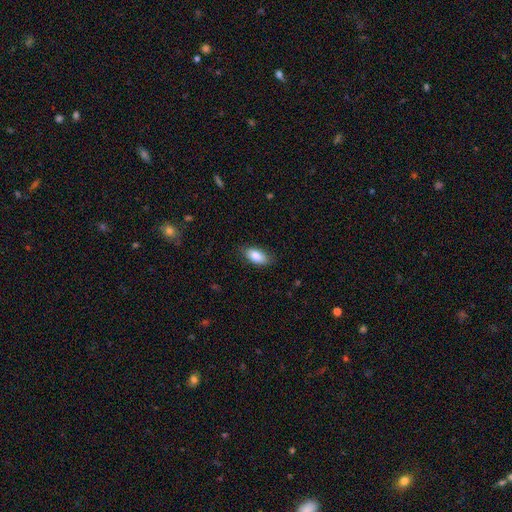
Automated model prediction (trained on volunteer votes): This is clearly a smooth galaxy (84%). How rounded: clearly in between (89%). Merging: clearly none (82%).